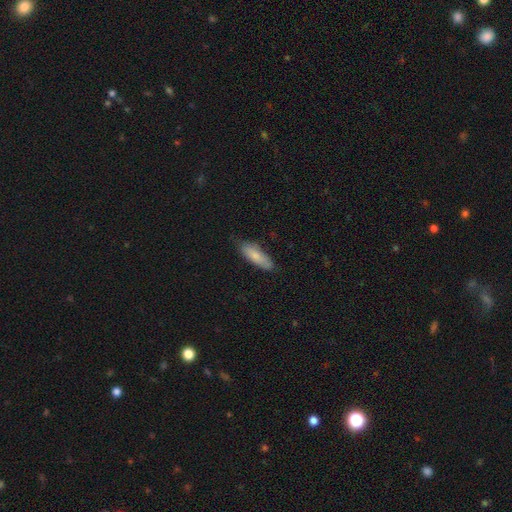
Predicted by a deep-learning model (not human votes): smooth 80%, featured or disk 14%, star or artifact 6%. Down the decision tree: how rounded — in between (51%); merging — none (75%).